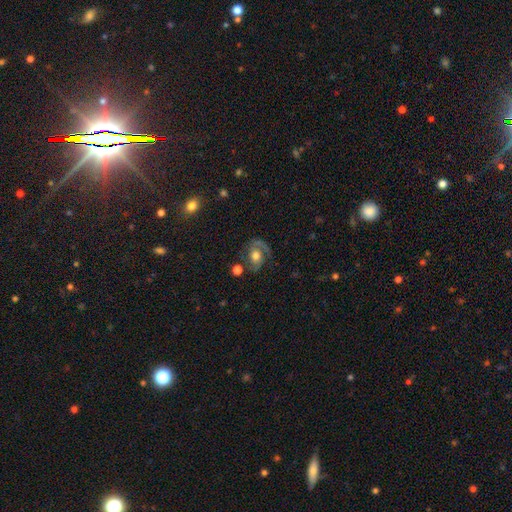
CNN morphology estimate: featured or disk 73%, smooth 19%, star or artifact 8%. Down the decision tree: edge-on disk — no (97%); bar — no (68%); spiral arms — yes (91%); spiral arm count — 2 (66%); spiral winding — medium (49%); bulge size — moderate (58%); merging — none (65%).